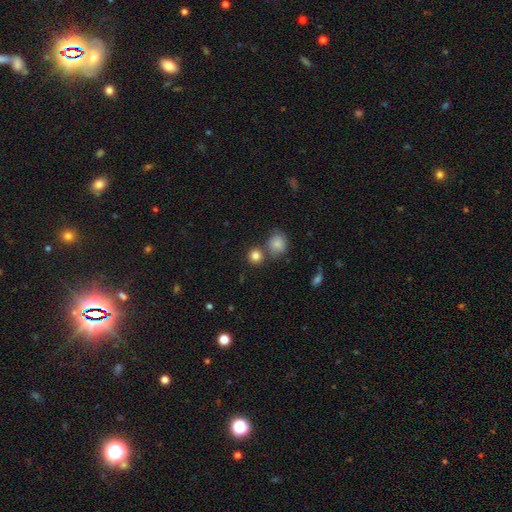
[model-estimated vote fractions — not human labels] A smooth galaxy with no disk features (84%) that is round (89%). Merging: none (66%).